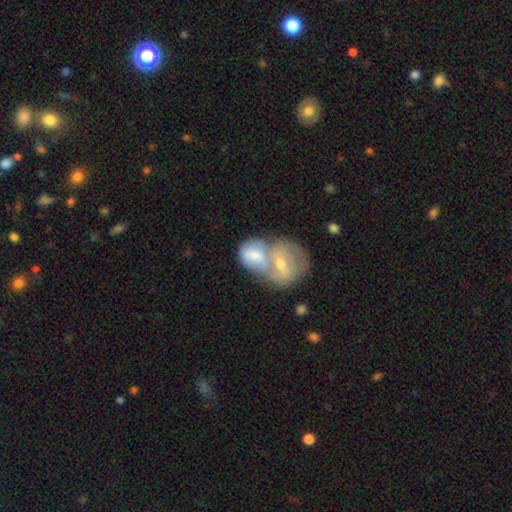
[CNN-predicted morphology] featured or disk 49%, smooth 45%, star or artifact 6%. Down the decision tree: merging — merger (75%).